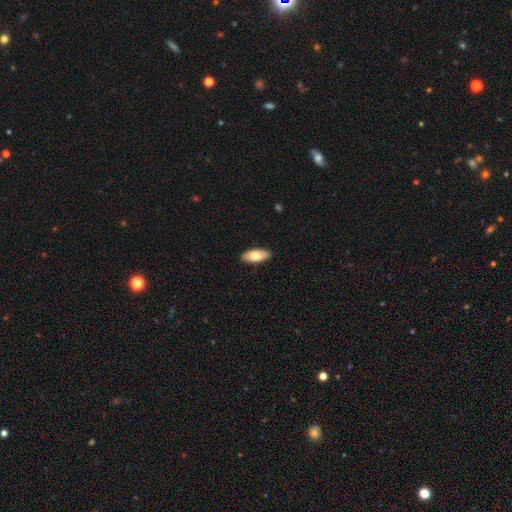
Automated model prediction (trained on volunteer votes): smooth_or_featured: smooth (p=0.80) [alt: featured or disk p=0.14]
how_rounded: in between (p=0.86) [alt: cigar-shaped p=0.12]
merging: none (p=0.89) [alt: minor disturbance p=0.08]